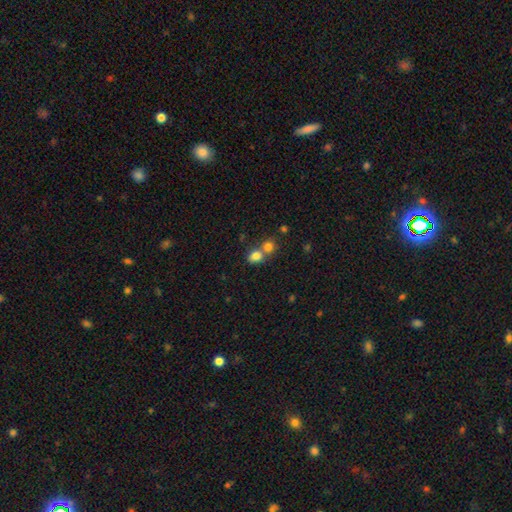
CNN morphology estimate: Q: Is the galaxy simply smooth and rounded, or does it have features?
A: smooth — 80%.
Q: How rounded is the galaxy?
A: round — 59%.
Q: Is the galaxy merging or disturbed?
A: merger — 51%.